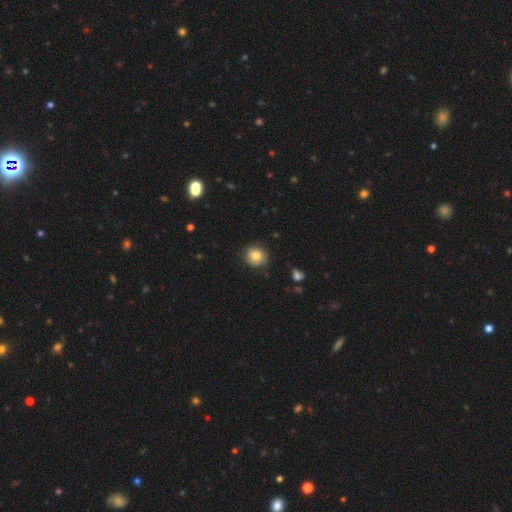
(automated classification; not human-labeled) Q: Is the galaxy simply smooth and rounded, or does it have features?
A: smooth — 82%.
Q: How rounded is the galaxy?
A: round — 87%.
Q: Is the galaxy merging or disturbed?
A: none — 82%.